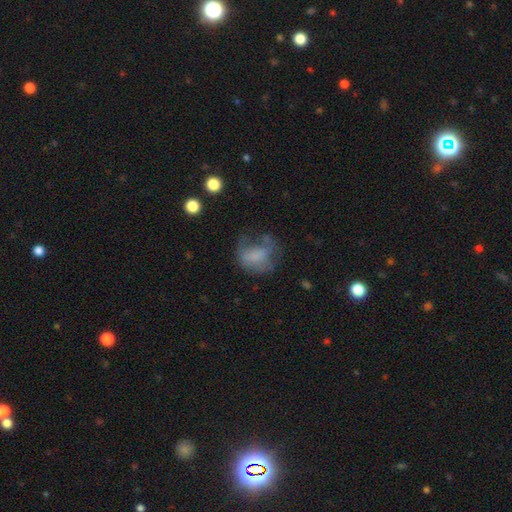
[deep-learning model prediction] This is possibly a smooth galaxy (55%). How rounded: possibly in between (58%). Merging: marginally major disturbance (38%).